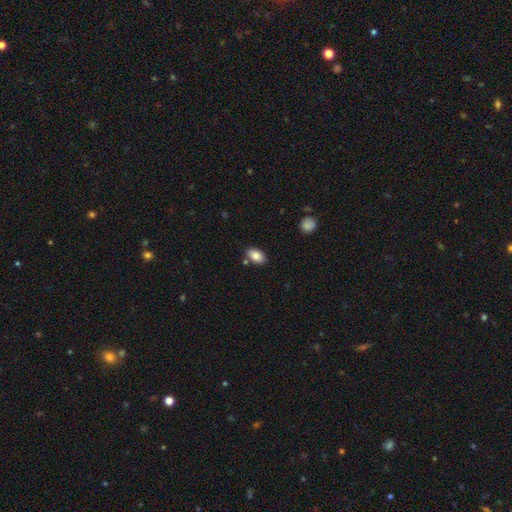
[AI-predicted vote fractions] smooth 85%, star or artifact 7%, featured or disk 7%. Down the decision tree: how rounded — in between (92%); merging — none (82%).